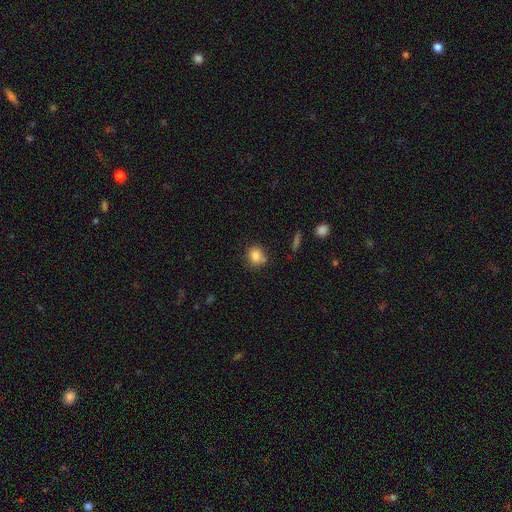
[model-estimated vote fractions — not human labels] This appears to be a smooth galaxy with no disk features (83%) that is round (73%). Merging: none (68%).